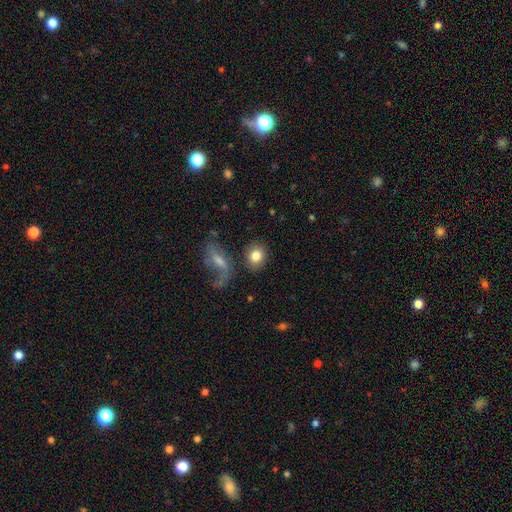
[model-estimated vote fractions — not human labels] Smooth or featured? Predicted: smooth (p=0.80). How rounded? Predicted: round (p=0.59). Merging? Predicted: none (p=0.77).